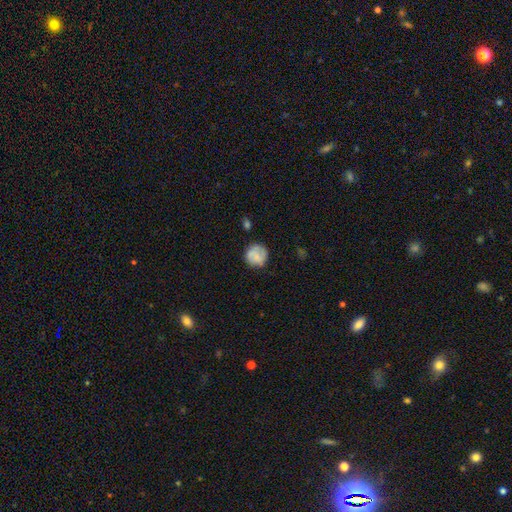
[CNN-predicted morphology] type=smooth (63%); roundness=round (89%); merging=none (72%).